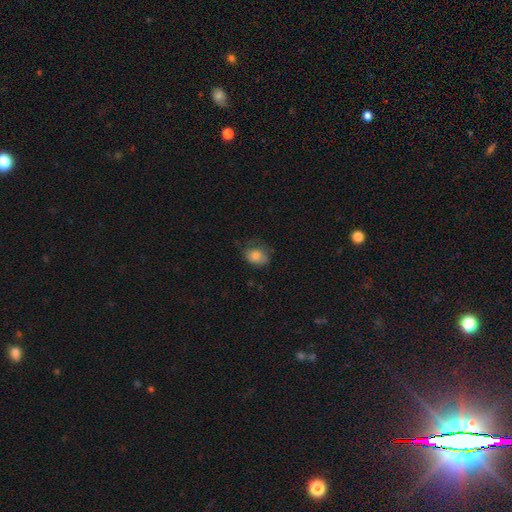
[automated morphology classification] The model was most divided on "how rounded": in between: 55%, round: 44%, cigar-shaped: 1%. More confident: smooth or featured — smooth (76%); merging — none (54%).